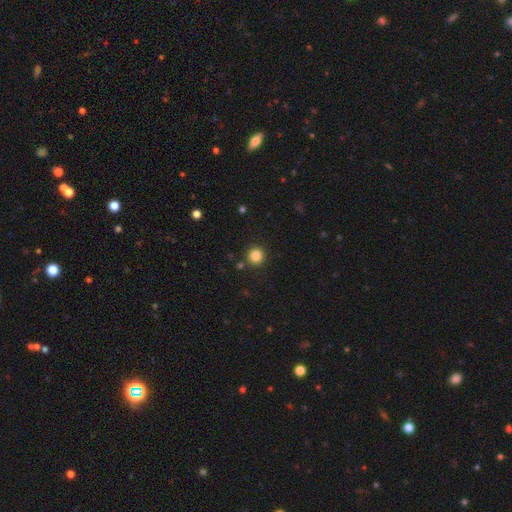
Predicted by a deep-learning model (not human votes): smooth_or_featured: smooth (p=0.84) [alt: star or artifact p=0.12]
how_rounded: round (p=0.95) [alt: in between p=0.04]
merging: none (p=0.90) [alt: minor disturbance p=0.05]